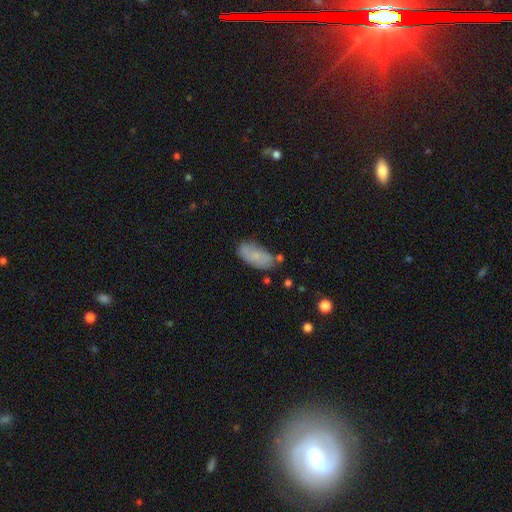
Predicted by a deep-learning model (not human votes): This is likely a smooth galaxy (74%). How rounded: clearly in between (91%). Merging: likely none (63%).